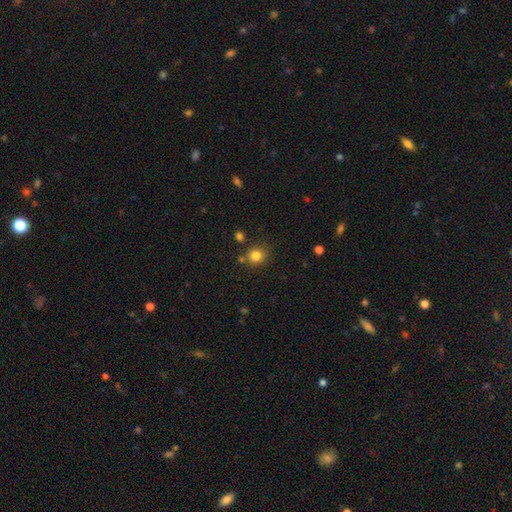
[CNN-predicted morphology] smooth_or_featured: smooth (p=0.82) [alt: star or artifact p=0.12]
how_rounded: round (p=0.85) [alt: in between p=0.14]
merging: none (p=0.79) [alt: minor disturbance p=0.10]